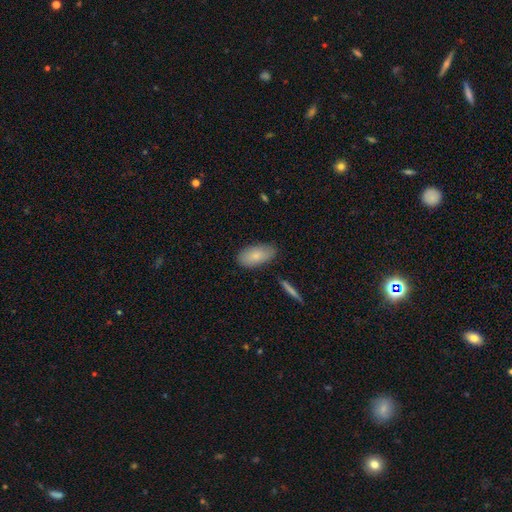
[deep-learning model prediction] Smooth or featured? smooth (81%)
How rounded? in between (92%)
Merging? none (83%)